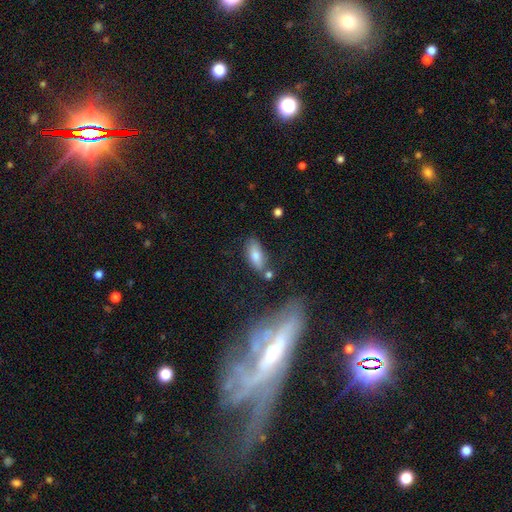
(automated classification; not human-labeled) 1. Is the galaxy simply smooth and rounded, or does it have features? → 77% smooth, 15% featured or disk, 8% star or artifact.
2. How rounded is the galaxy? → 82% in between, 15% cigar-shaped, 3% round.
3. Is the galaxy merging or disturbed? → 69% none, 17% minor disturbance, 9% merger, 5% major disturbance.